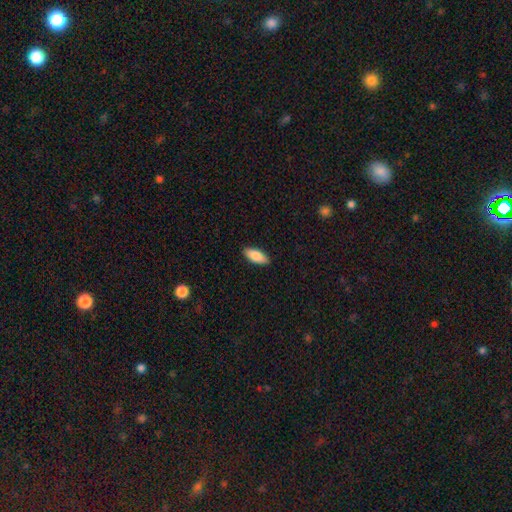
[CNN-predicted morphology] smooth-or-featured: smooth: 85% | featured or disk: 9% | star or artifact: 6%
  how-rounded: in between: 81% | cigar-shaped: 17% | round: 2%
  merging: none: 90% | minor disturbance: 8% | major disturbance: 2% | merger: 1%